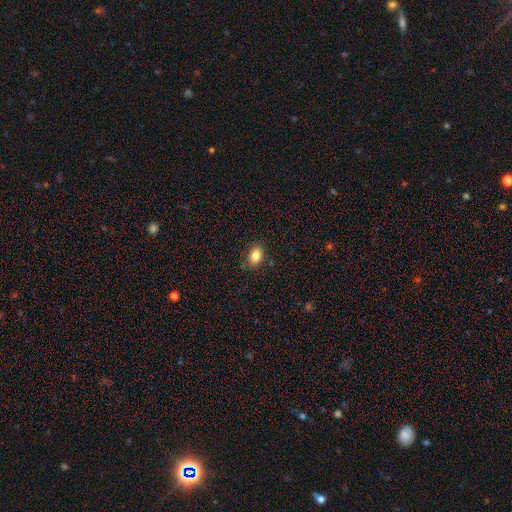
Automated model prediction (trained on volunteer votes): This appears to be a smooth galaxy with no disk features (84%) that is in between round and cigar-shaped (72%). Merging: none (85%).